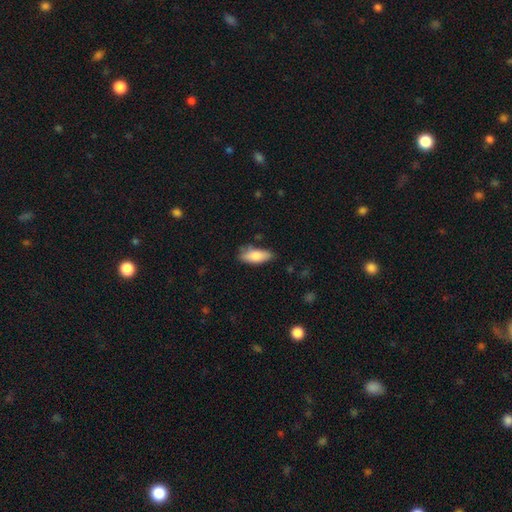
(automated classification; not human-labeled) A smooth galaxy with no disk features (79%) that is in between round and cigar-shaped (75%).

Vote fractions:
- Smooth or featured? smooth: 79% / featured or disk: 15% / star or artifact: 6%
- How rounded? in between: 75% / cigar-shaped: 23% / round: 2%
- Merging? none: 72% / minor disturbance: 21% / major disturbance: 4% / merger: 3%